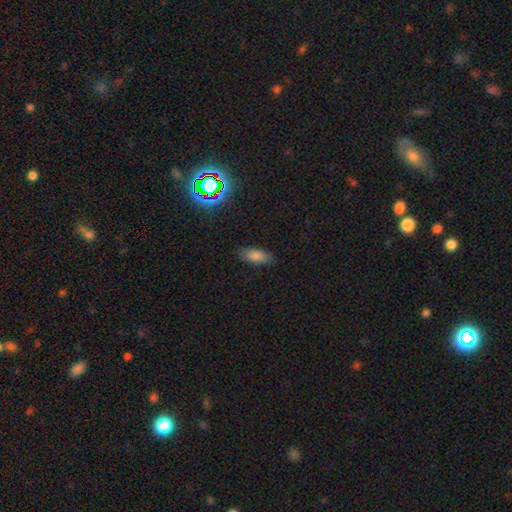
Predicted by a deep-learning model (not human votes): Smooth or featured?
  - smooth: 81% *
  - star or artifact: 11%
  - featured or disk: 8%
How rounded?
  - in between: 81% *
  - cigar-shaped: 16%
  - round: 3%
Merging?
  - none: 84% *
  - minor disturbance: 12%
  - major disturbance: 3%
  - merger: 1%